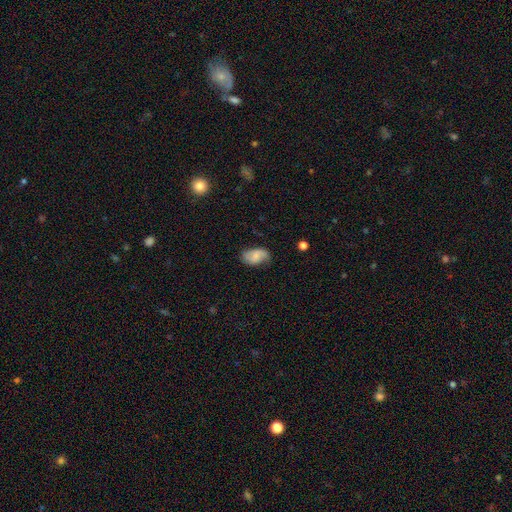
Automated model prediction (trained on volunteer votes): A smooth galaxy with no disk features (63%) that is in between round and cigar-shaped (91%). Merging: none (67%).